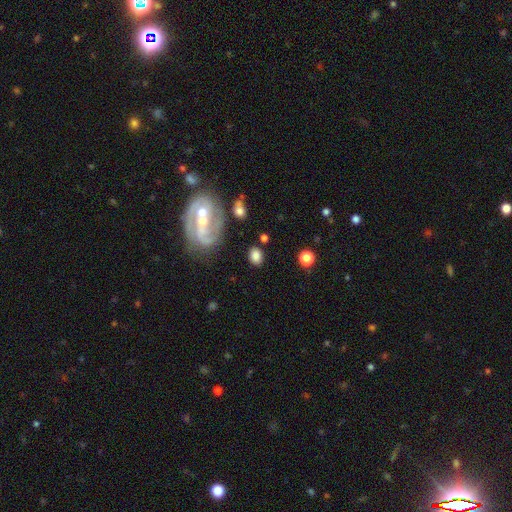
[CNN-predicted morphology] A smooth galaxy with no disk features (77%) that is in between round and cigar-shaped (66%).

Vote fractions:
- Smooth or featured? smooth: 77% / featured or disk: 14% / star or artifact: 9%
- How rounded? in between: 66% / round: 32% / cigar-shaped: 2%
- Merging? none: 75% / minor disturbance: 13% / merger: 6% / major disturbance: 6%